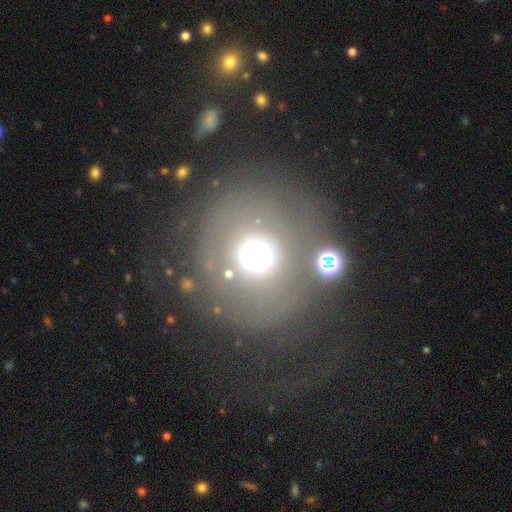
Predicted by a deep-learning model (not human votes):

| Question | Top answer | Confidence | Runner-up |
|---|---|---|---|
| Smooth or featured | smooth | 53% | featured or disk (30%) |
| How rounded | round | 90% | in between (9%) |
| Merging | none | 65% | major disturbance (15%) |